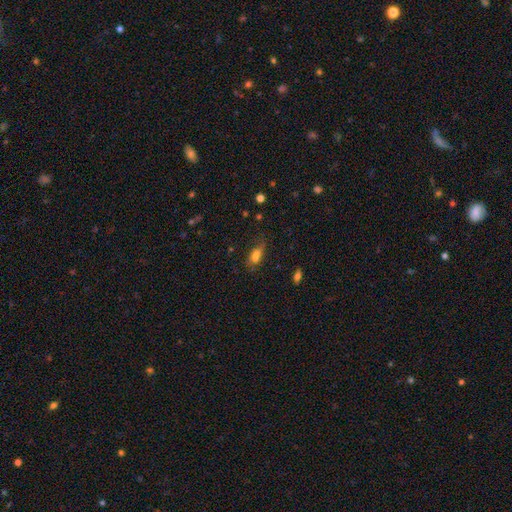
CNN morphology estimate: The model was most divided on "merging": none: 48%, minor disturbance: 26%, major disturbance: 15%, merger: 11%. More confident: how rounded — in between (74%); smooth or featured — smooth (70%).